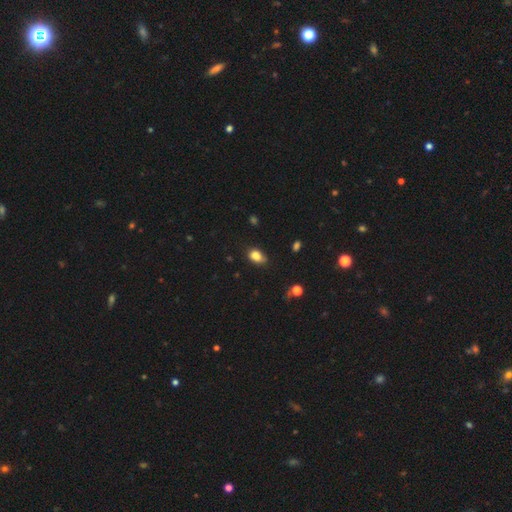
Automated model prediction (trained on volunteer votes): smooth_or_featured: smooth (p=0.83) [alt: star or artifact p=0.10]
how_rounded: in between (p=0.79) [alt: round p=0.19]
merging: none (p=0.63) [alt: minor disturbance p=0.28]